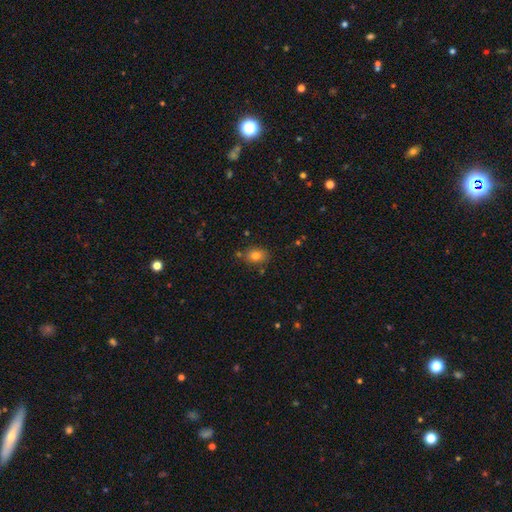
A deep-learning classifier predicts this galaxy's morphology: type=smooth (79%); roundness=in between (59%); merging=none (78%).